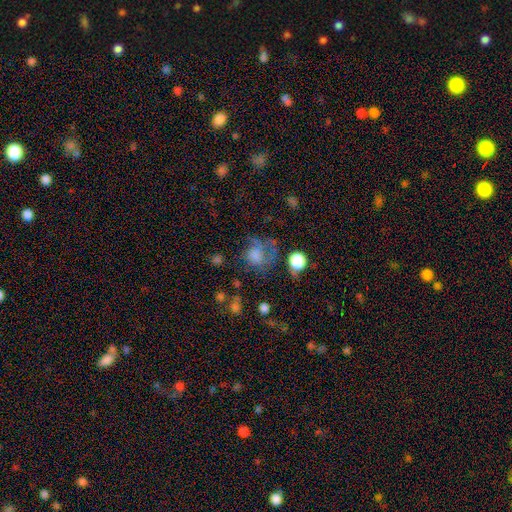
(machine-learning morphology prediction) A smooth galaxy with no disk features (60%) that is round (70%).

Vote fractions:
- Smooth or featured? smooth: 60% / featured or disk: 24% / star or artifact: 16%
- How rounded? round: 70% / in between: 29% / cigar-shaped: 1%
- Merging? none: 38% / major disturbance: 32% / minor disturbance: 23% / merger: 7%